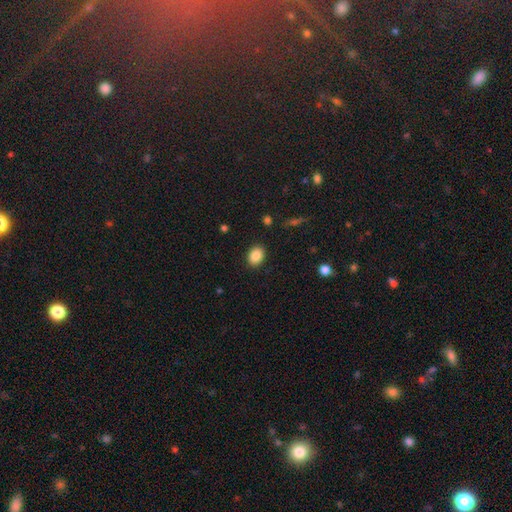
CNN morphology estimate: This appears to be a smooth galaxy with no disk features (88%) that is in between round and cigar-shaped (72%). Merging: none (89%).